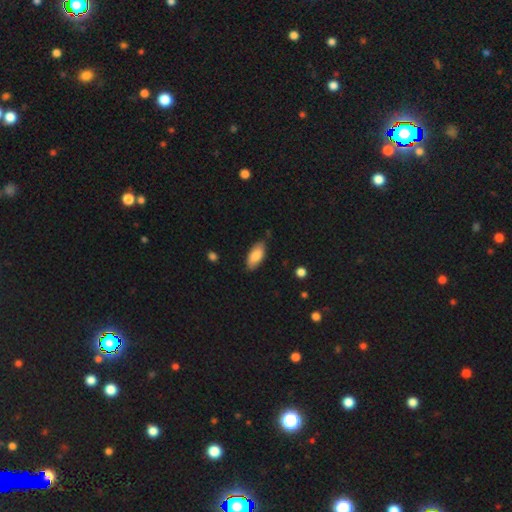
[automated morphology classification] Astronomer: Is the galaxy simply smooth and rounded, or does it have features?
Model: smooth — 84%.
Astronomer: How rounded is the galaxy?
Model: in between — 89%.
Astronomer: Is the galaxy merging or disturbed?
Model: none — 78%.